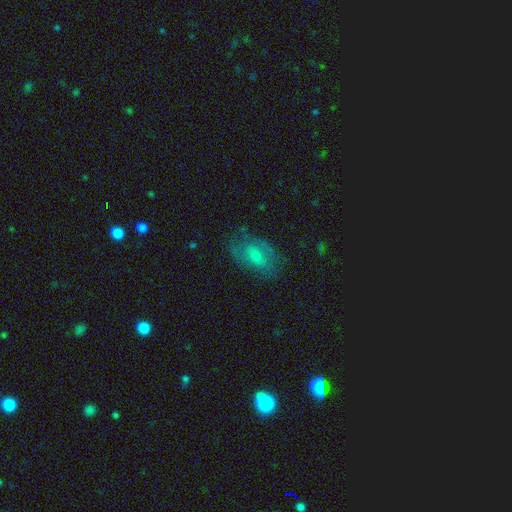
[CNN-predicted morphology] This appears to be a featured or disk galaxy (52%). Merging: none (63%).